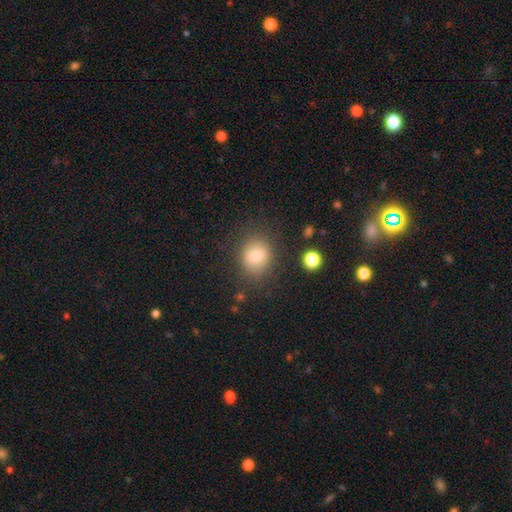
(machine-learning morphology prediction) The model was most divided on "how rounded": round: 67%, in between: 32%, cigar-shaped: 1%. More confident: smooth or featured — smooth (80%); merging — none (80%).